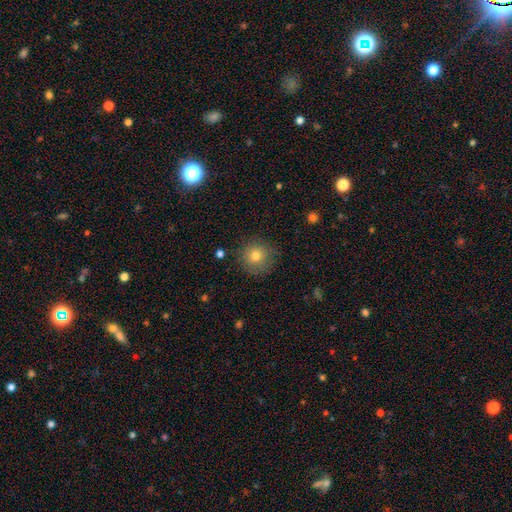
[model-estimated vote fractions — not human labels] A smooth galaxy with no disk features (78%) that is round (94%).

Vote fractions:
- Smooth or featured? smooth: 78% / star or artifact: 12% / featured or disk: 10%
- How rounded? round: 94% / in between: 5% / cigar-shaped: 1%
- Merging? none: 85% / minor disturbance: 11% / major disturbance: 3% / merger: 1%